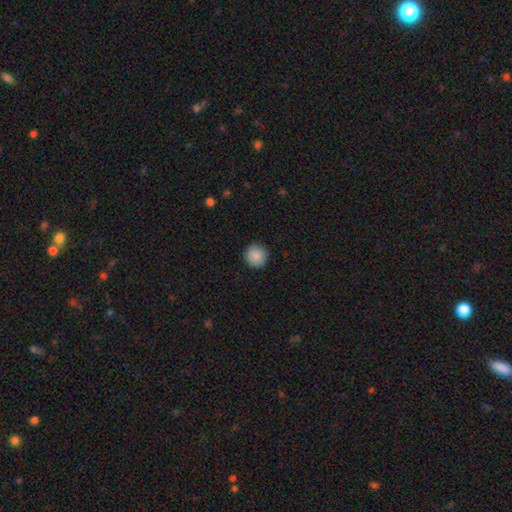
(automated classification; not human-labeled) Smooth or featured?
  - smooth: 88% *
  - star or artifact: 8%
  - featured or disk: 4%
How rounded?
  - round: 95% *
  - in between: 4%
  - cigar-shaped: 1%
Merging?
  - none: 90% *
  - minor disturbance: 7%
  - major disturbance: 2%
  - merger: 1%